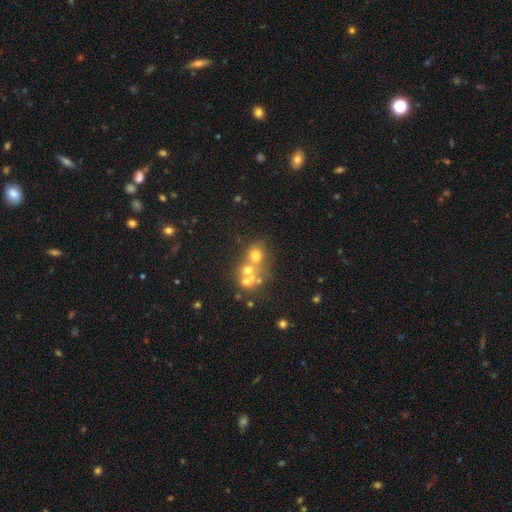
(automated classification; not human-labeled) The model was most divided on "merging": merger: 48%, none: 37%, minor disturbance: 8%, major disturbance: 7%. More confident: how rounded — round (76%); smooth or featured — smooth (56%).